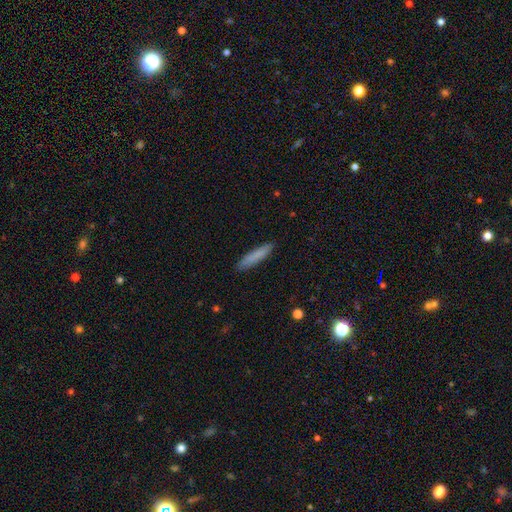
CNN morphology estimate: Overall: smooth (82%). How rounded: cigar-shaped (90%). Merging: none (89%).